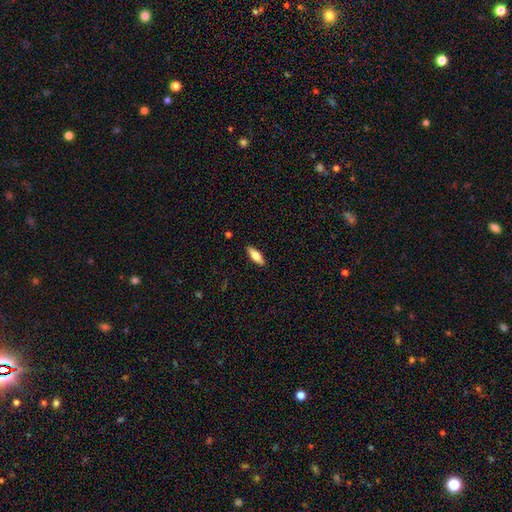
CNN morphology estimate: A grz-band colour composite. It shows a smooth galaxy with no disk features (66%) that is in between round and cigar-shaped (61%). Merging: none (90%).